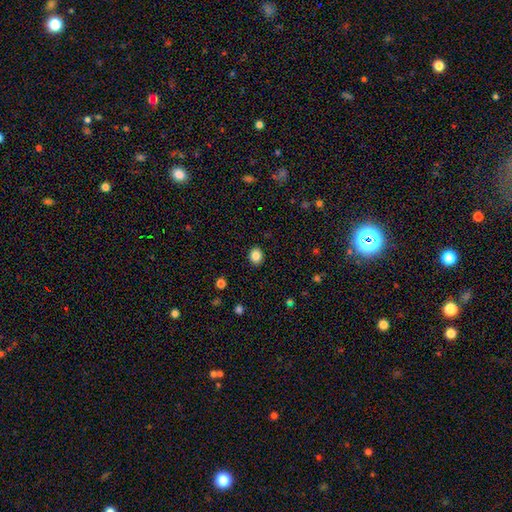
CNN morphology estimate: type=smooth (85%); roundness=round (61%); merging=none (91%).